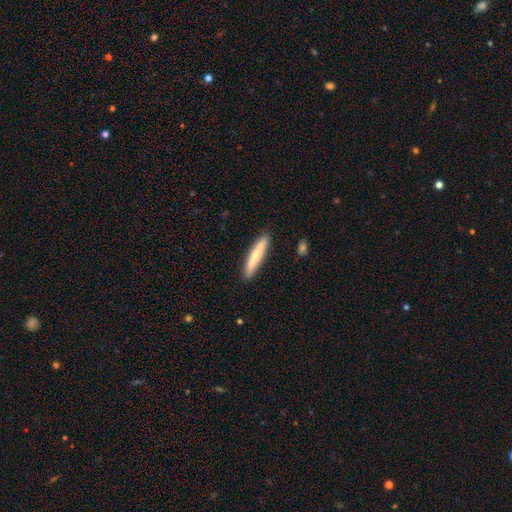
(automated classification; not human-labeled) Smooth or featured? smooth (66%)
How rounded? cigar-shaped (90%)
Merging? none (89%)